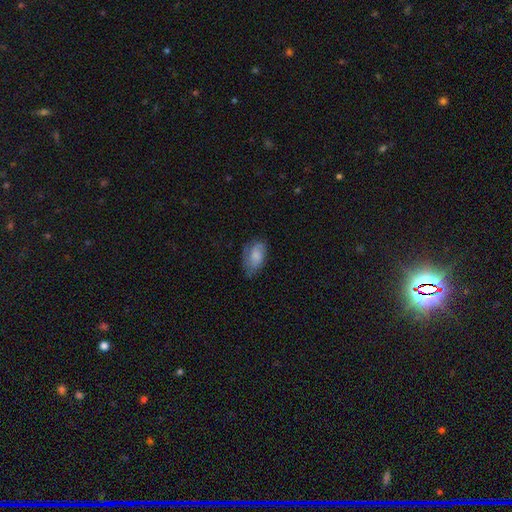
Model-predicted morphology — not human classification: smooth 67%, featured or disk 25%, star or artifact 8%. Down the decision tree: how rounded — in between (91%); merging — none (54%).